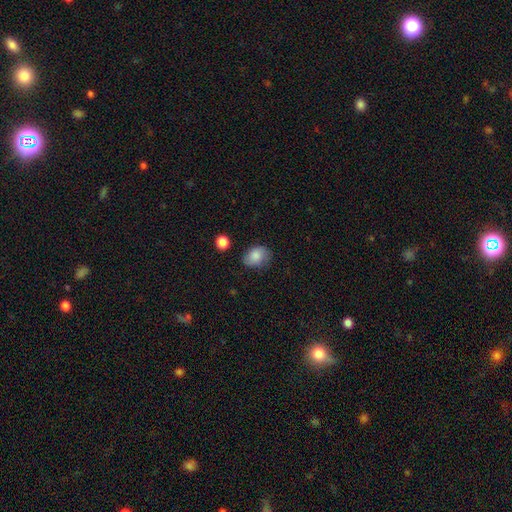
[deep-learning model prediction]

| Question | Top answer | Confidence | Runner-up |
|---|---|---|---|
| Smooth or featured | smooth | 80% | featured or disk (11%) |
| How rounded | in between | 70% | round (28%) |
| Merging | none | 66% | minor disturbance (25%) |